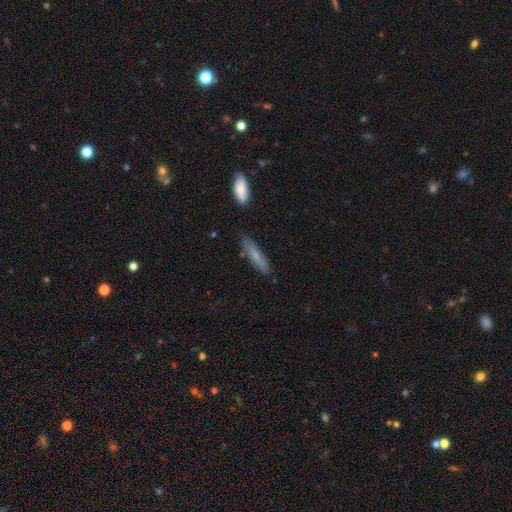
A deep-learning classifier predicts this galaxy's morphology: A smooth galaxy with no disk features (63%) that is cigar-shaped (80%).

Vote fractions:
- Smooth or featured? smooth: 63% / featured or disk: 30% / star or artifact: 7%
- How rounded? cigar-shaped: 80% / in between: 18% / round: 2%
- Merging? none: 80% / minor disturbance: 15% / major disturbance: 3% / merger: 3%